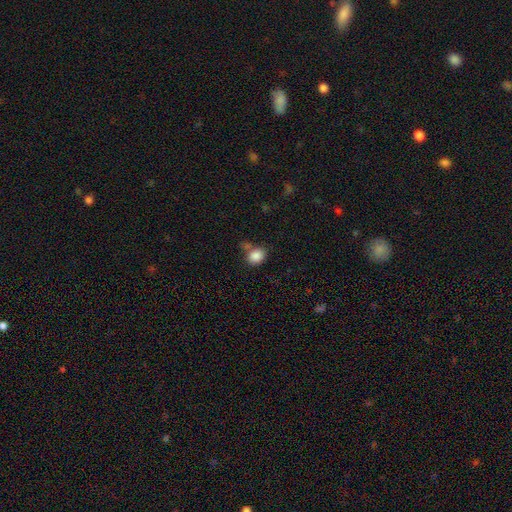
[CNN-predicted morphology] A smooth galaxy with no disk features (86%) that is in between round and cigar-shaped (50%). Merging: none (60%).